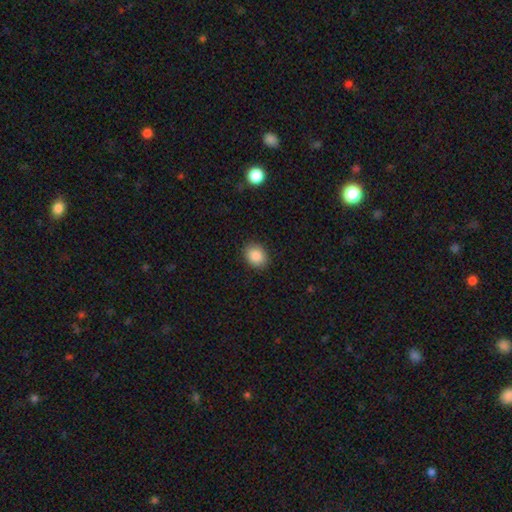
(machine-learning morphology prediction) This appears to be a smooth galaxy with no disk features (87%) that is round (52%). Merging: none (89%).